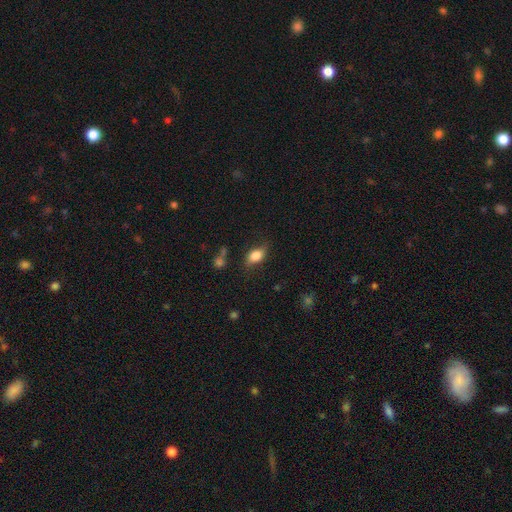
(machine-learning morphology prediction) A smooth galaxy with no disk features (78%) that is in between round and cigar-shaped (83%). Merging: none (71%).